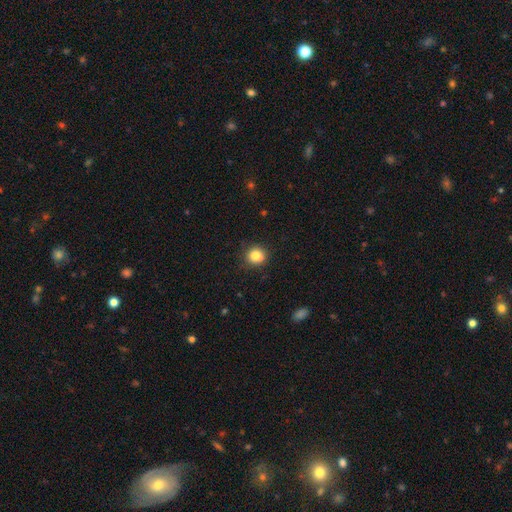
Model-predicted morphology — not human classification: type=smooth (84%); roundness=round (86%); merging=none (87%).